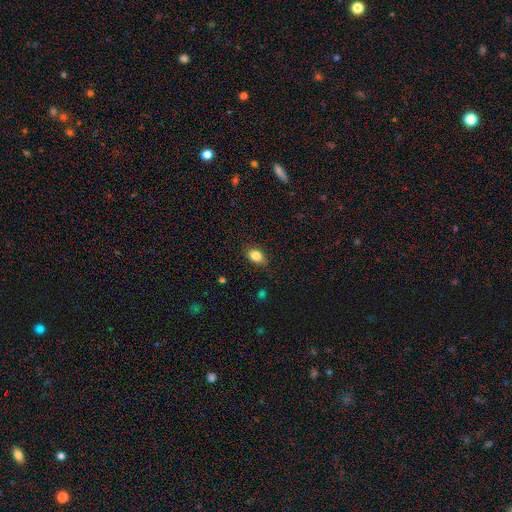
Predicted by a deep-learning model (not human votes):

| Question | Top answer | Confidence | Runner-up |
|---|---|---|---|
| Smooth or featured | smooth | 84% | star or artifact (9%) |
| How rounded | in between | 77% | round (21%) |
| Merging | none | 78% | minor disturbance (18%) |